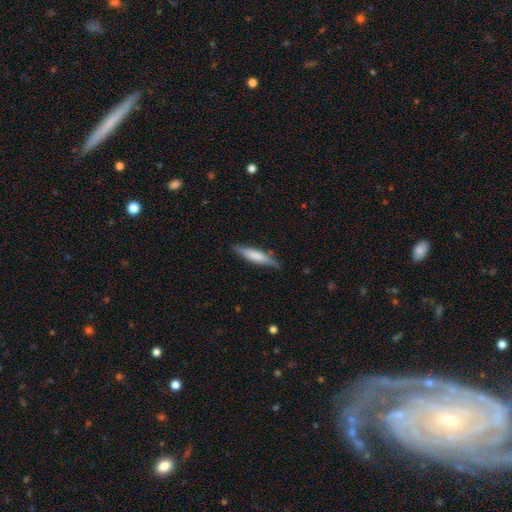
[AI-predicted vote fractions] Overall: smooth (59%; featured or disk 35%). How rounded: cigar-shaped (82%). Merging: none (82%).